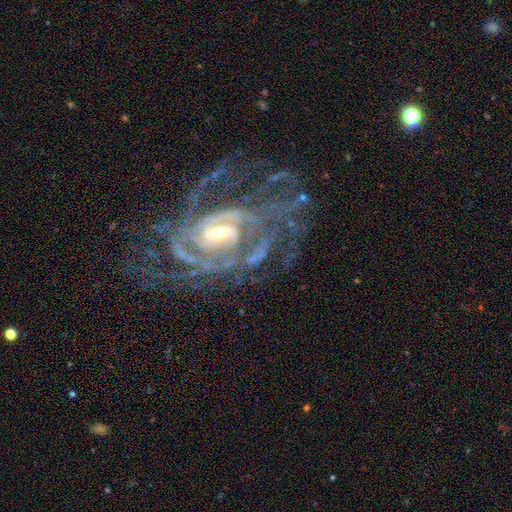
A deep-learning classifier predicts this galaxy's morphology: Smooth or featured? featured or disk (89%)
Edge-on disk? no (97%)
Bar? weak (46%)
Spiral arms? yes (95%)
Spiral winding? tight (47%)
Spiral arm count? 2 (28%)
Bulge size? small (48%)
Merging? none (43%)